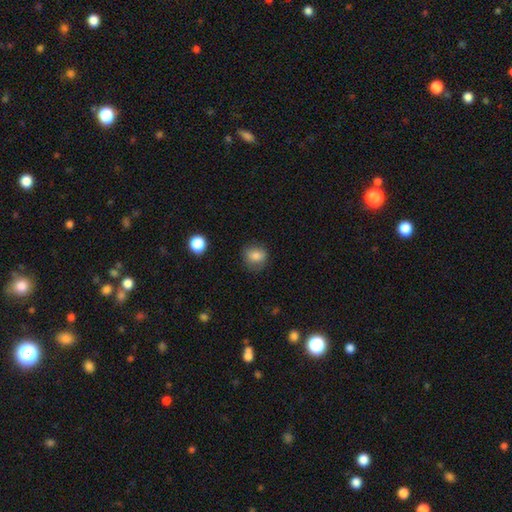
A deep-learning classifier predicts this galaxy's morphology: smooth-or-featured: smooth: 83% | star or artifact: 10% | featured or disk: 7%
  how-rounded: round: 71% | in between: 28% | cigar-shaped: 1%
  merging: none: 73% | minor disturbance: 20% | major disturbance: 6% | merger: 1%